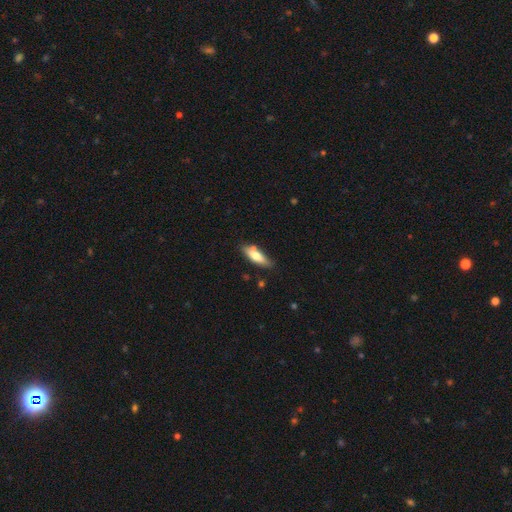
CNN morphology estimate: smooth 67%, featured or disk 27%, star or artifact 6%. Down the decision tree: how rounded — in between (50%); merging — none (74%).